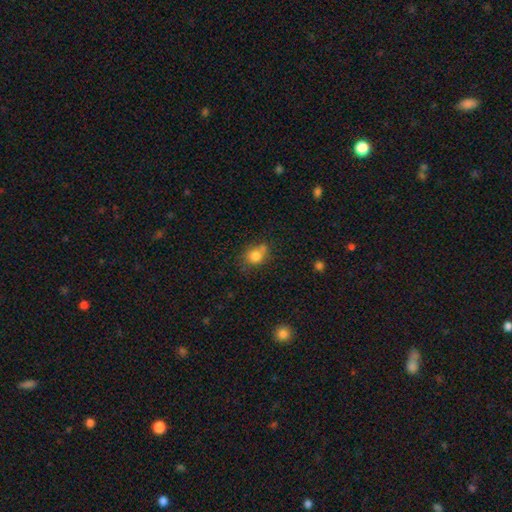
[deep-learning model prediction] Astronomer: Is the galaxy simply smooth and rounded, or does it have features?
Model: smooth — 79%.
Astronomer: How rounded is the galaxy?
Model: round — 65%.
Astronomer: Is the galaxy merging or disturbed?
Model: none — 53%.